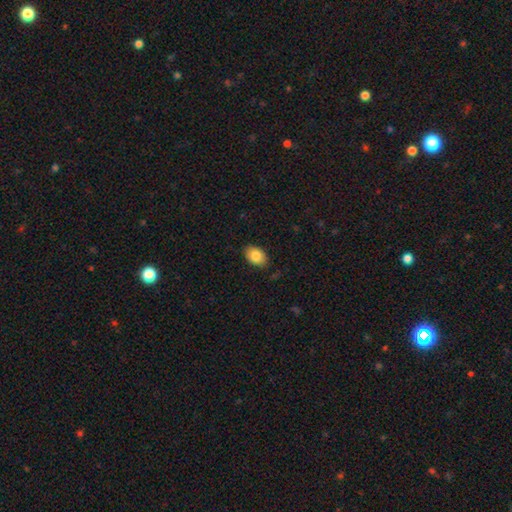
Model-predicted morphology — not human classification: The model was most divided on "how rounded": in between: 86%, round: 13%, cigar-shaped: 1%. More confident: merging — none (85%); smooth or featured — smooth (85%).